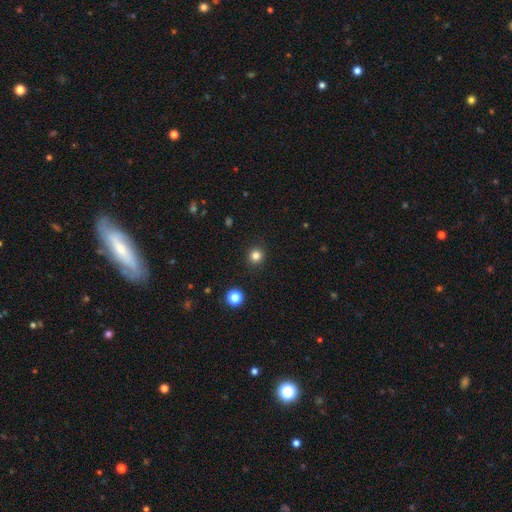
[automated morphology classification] This is clearly a smooth galaxy (82%). How rounded: clearly round (94%). Merging: clearly none (92%).